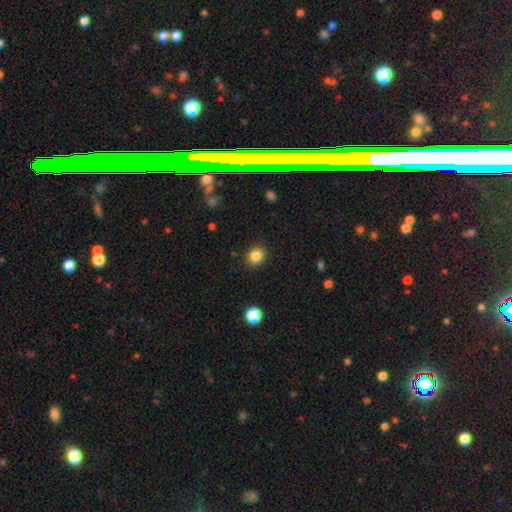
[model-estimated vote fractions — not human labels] smooth-or-featured: smooth: 85% | star or artifact: 10% | featured or disk: 4%
  how-rounded: round: 69% | in between: 30% | cigar-shaped: 1%
  merging: none: 88% | minor disturbance: 8% | major disturbance: 3% | merger: 1%